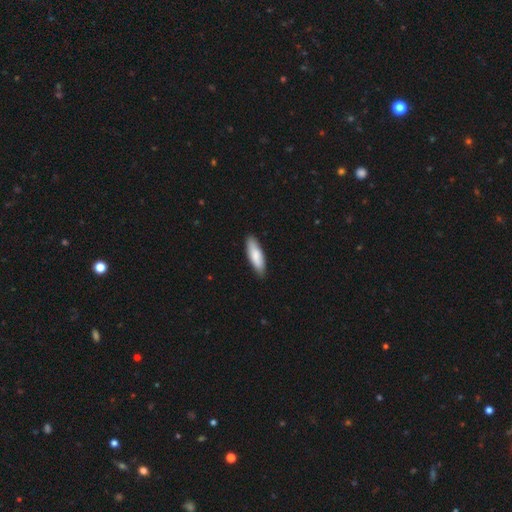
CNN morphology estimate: Smooth or featured?
  - smooth: 81% *
  - featured or disk: 14%
  - star or artifact: 5%
How rounded?
  - in between: 50% *
  - cigar-shaped: 48%
  - round: 2%
Merging?
  - none: 85% *
  - minor disturbance: 12%
  - major disturbance: 2%
  - merger: 1%